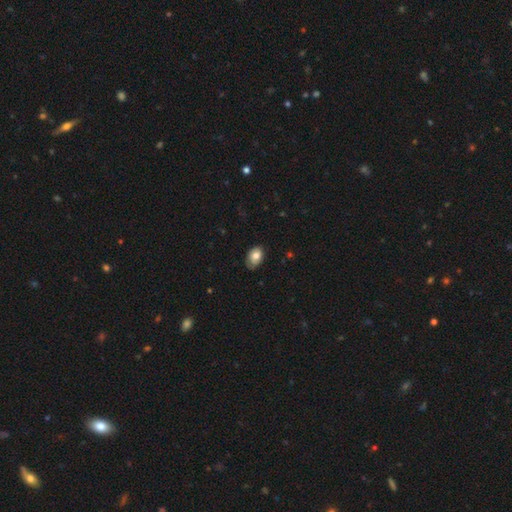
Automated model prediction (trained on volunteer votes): Q: Smooth or featured?
A: smooth (78%); runner-up: featured or disk (14%)
Q: How rounded?
A: in between (84%); runner-up: round (15%)
Q: Merging?
A: none (69%); runner-up: minor disturbance (25%)